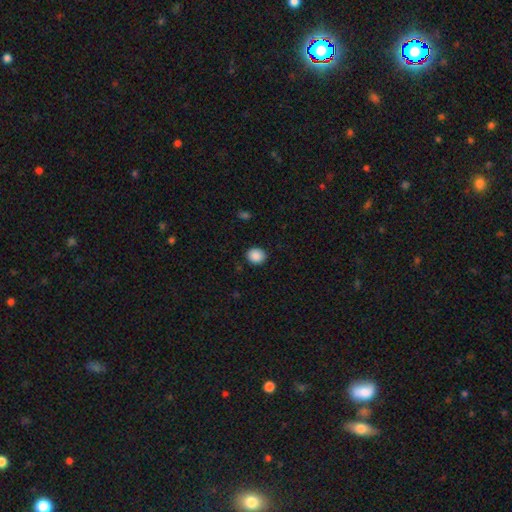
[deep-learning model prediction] This is clearly a smooth galaxy (89%). How rounded: likely round (75%). Merging: clearly none (89%).